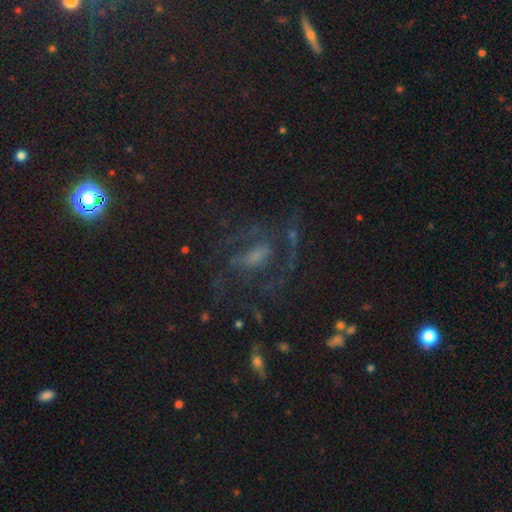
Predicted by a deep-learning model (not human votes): Smooth or featured: featured or disk — 75% (star or artifact — 14%)
Edge-on disk: no — 96% (yes — 4%)
Bar: weak — 43% (strong — 31%)
Spiral arms: yes — 90% (no — 10%)
Spiral winding: medium — 50% (tight — 25%)
Spiral arm count: 2 — 48% (can't tell — 20%)
Bulge size: small — 36% (moderate — 33%)
Merging: none — 57% (major disturbance — 24%)